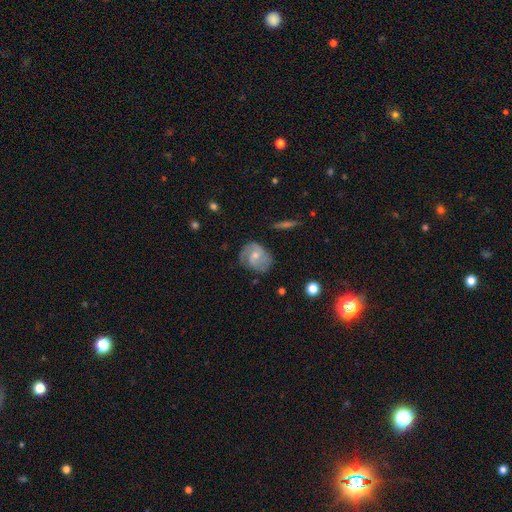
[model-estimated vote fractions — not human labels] Smooth or featured?
  - featured or disk: 67% *
  - smooth: 27%
  - star or artifact: 7%
Edge-on disk?
  - no: 97% *
  - yes: 3%
Bar?
  - no: 56% *
  - weak: 37%
  - strong: 7%
Spiral arms?
  - yes: 89% *
  - no: 11%
Spiral winding?
  - medium: 45% *
  - tight: 36%
  - loose: 19%
Spiral arm count?
  - 2: 57% *
  - can't tell: 19%
  - 3: 13%
  - 1: 6%
  - 4: 3%
  - more than 4: 2%
Bulge size?
  - moderate: 52% *
  - small: 42%
  - none: 3%
  - large: 2%
  - dominant: 1%
Merging?
  - none: 67% *
  - minor disturbance: 23%
  - major disturbance: 9%
  - merger: 2%